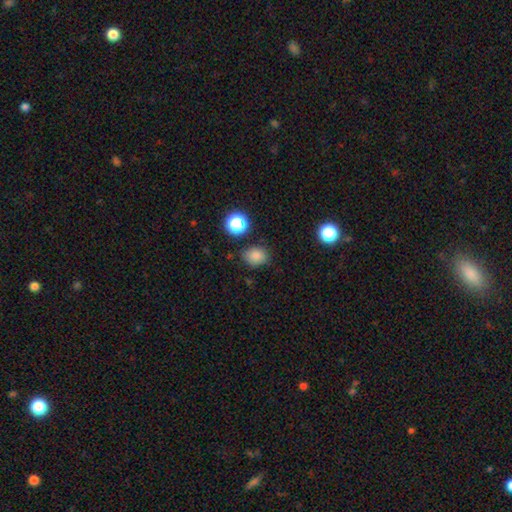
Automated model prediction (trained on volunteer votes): Smooth or featured? smooth (81%)
How rounded? in between (52%)
Merging? none (78%)